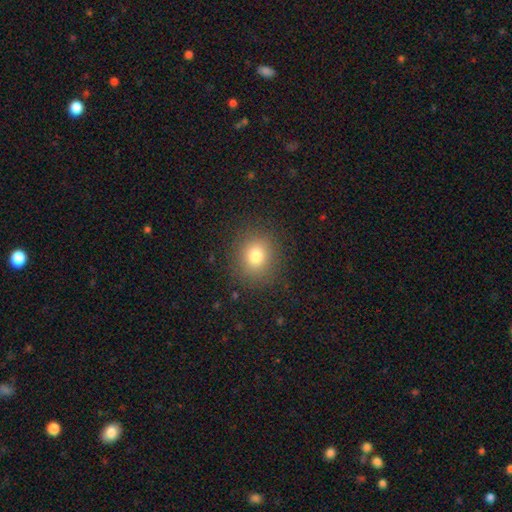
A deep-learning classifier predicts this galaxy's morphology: Smooth or featured? smooth (79%)
How rounded? round (79%)
Merging? none (87%)